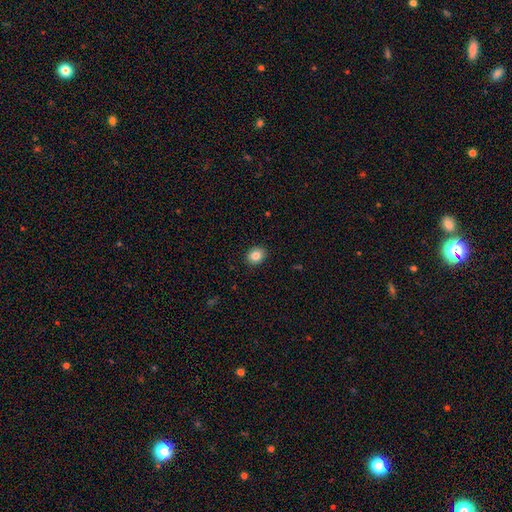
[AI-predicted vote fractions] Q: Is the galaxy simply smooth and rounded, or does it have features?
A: smooth — 85%.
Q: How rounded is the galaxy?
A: round — 59%.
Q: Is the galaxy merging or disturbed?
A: none — 91%.